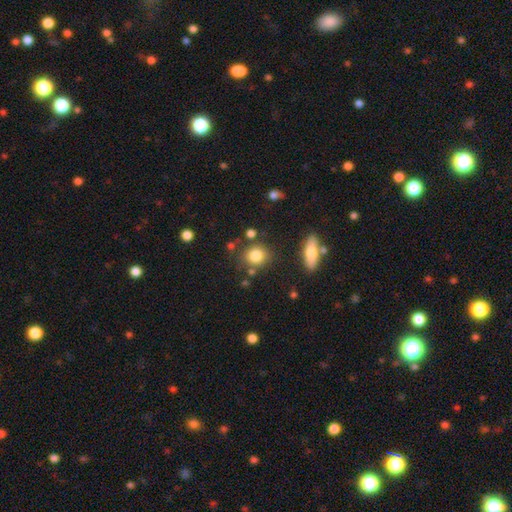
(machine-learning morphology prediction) A smooth galaxy with no disk features (83%) that is round (75%).

Vote fractions:
- Smooth or featured? smooth: 83% / star or artifact: 10% / featured or disk: 8%
- How rounded? round: 75% / in between: 23% / cigar-shaped: 2%
- Merging? none: 77% / minor disturbance: 11% / merger: 8% / major disturbance: 4%